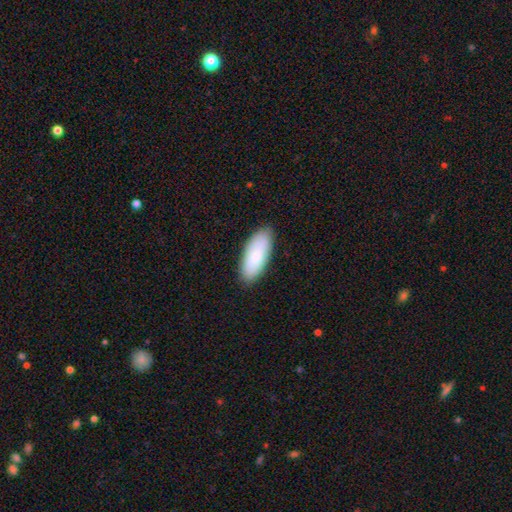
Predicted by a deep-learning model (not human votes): smooth_or_featured: smooth (p=0.85) [alt: featured or disk p=0.10]
how_rounded: in between (p=0.80) [alt: cigar-shaped p=0.18]
merging: none (p=0.88) [alt: minor disturbance p=0.09]